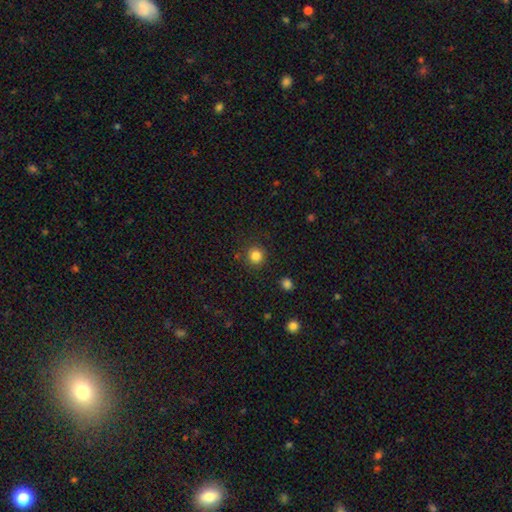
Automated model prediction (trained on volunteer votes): smooth-or-featured: smooth: 84% | star or artifact: 11% | featured or disk: 4%
  how-rounded: round: 93% | in between: 6% | cigar-shaped: 1%
  merging: none: 88% | minor disturbance: 7% | major disturbance: 3% | merger: 2%